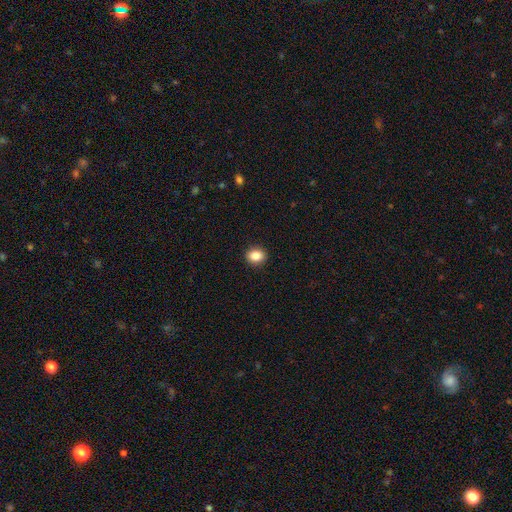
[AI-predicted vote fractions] This is clearly a smooth galaxy (86%). How rounded: possibly round (52%). Merging: clearly none (91%).